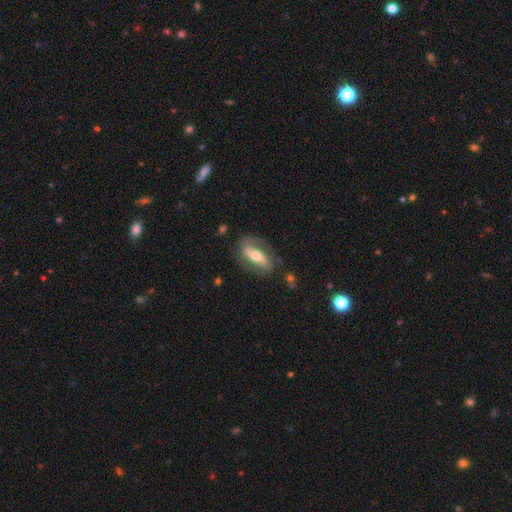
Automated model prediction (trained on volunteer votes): This is likely a featured or disk galaxy (68%). It is clearly not viewed edge-on (82%). Bar: possibly strong (56%). Spiral arm pattern: likely yes (70%). Central bulge: likely moderate (67%). Merging: likely none (75%).